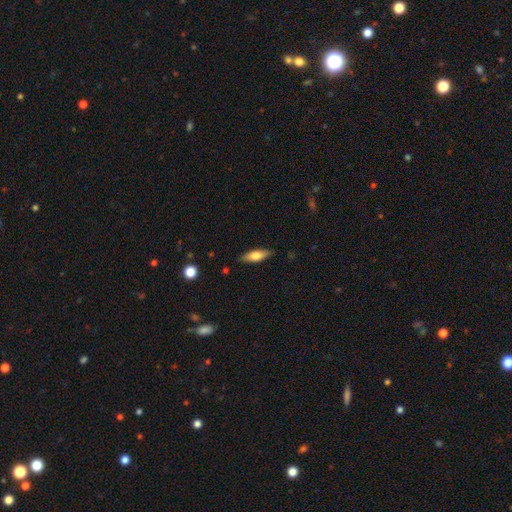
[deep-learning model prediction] A smooth galaxy with no disk features (71%) that is in between round and cigar-shaped (58%).

Vote fractions:
- Smooth or featured? smooth: 71% / featured or disk: 23% / star or artifact: 6%
- How rounded? in between: 58% / cigar-shaped: 40% / round: 2%
- Merging? none: 84% / minor disturbance: 12% / major disturbance: 2% / merger: 1%